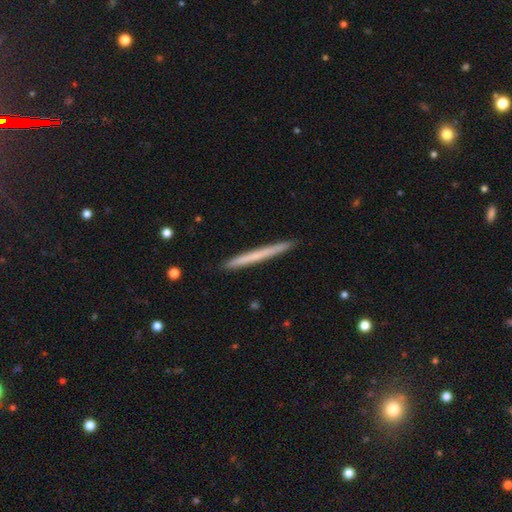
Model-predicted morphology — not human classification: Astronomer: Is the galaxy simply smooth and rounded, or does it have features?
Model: smooth — 57% (runner-up: featured or disk, 38%).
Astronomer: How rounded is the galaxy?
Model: cigar-shaped — 98%.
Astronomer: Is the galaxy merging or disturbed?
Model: none — 92%.